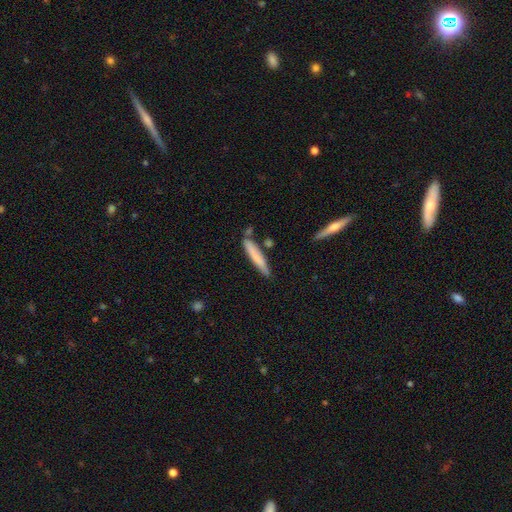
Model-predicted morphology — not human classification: A smooth galaxy with no disk features (75%) that is cigar-shaped (91%). Merging: none (77%).